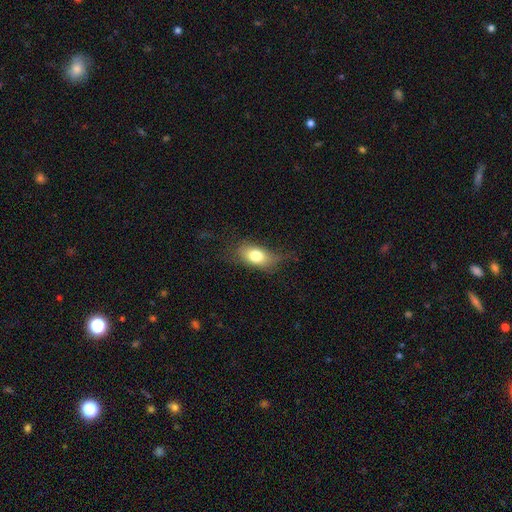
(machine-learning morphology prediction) A smooth galaxy with no disk features (75%) that is in between round and cigar-shaped (85%).

Vote fractions:
- Smooth or featured? smooth: 75% / featured or disk: 17% / star or artifact: 9%
- How rounded? in between: 85% / round: 10% / cigar-shaped: 5%
- Merging? none: 57% / minor disturbance: 27% / major disturbance: 14% / merger: 2%